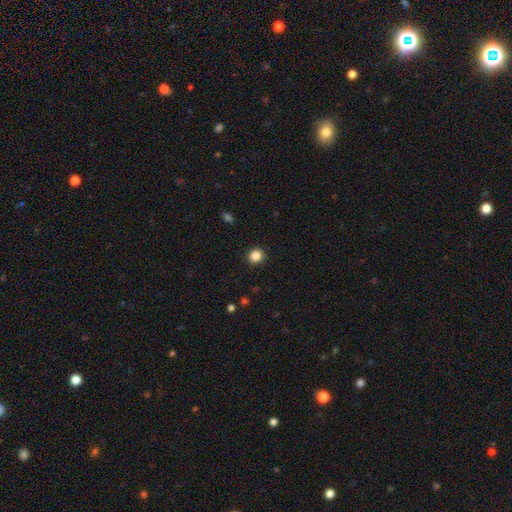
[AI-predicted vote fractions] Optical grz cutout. It shows a smooth galaxy with no disk features (86%) that is round (89%). Merging: none (92%).